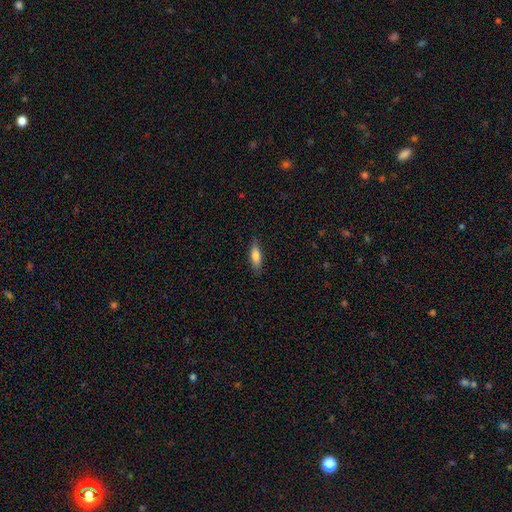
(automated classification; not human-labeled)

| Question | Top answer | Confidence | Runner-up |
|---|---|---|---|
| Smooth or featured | smooth | 75% | featured or disk (18%) |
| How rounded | in between | 52% | cigar-shaped (46%) |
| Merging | none | 84% | minor disturbance (13%) |